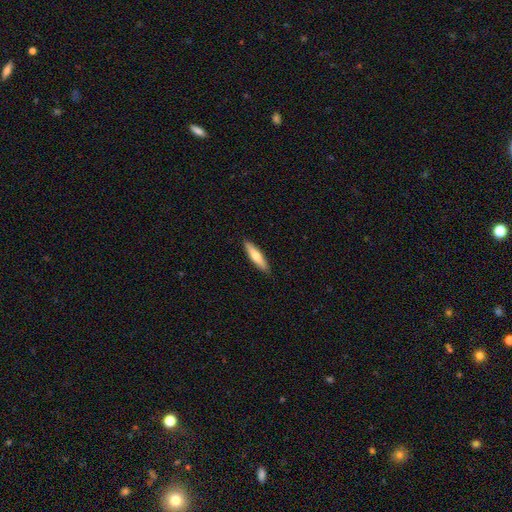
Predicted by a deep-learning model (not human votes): smooth-or-featured: smooth: 64% | featured or disk: 30% | star or artifact: 5%
  how-rounded: cigar-shaped: 80% | in between: 18% | round: 1%
  merging: none: 90% | minor disturbance: 7% | major disturbance: 1% | merger: 1%